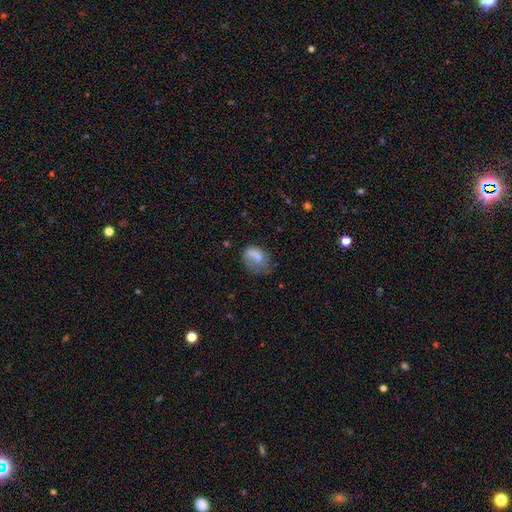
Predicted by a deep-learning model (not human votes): The model was most divided on "merging" (2-way tie): none: 34%, major disturbance: 34%, minor disturbance: 29%, merger: 4%. More confident: smooth or featured — smooth (64%); how rounded — in between (61%).